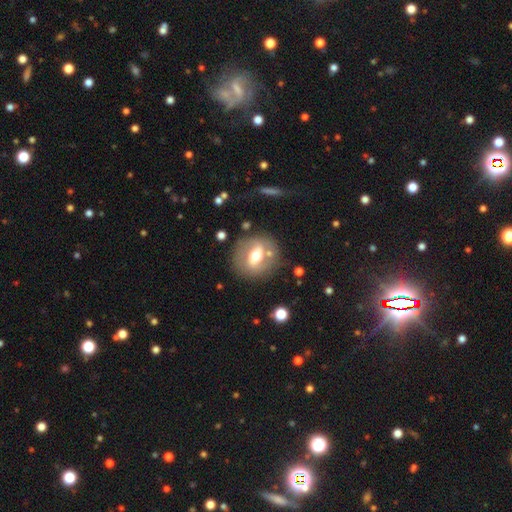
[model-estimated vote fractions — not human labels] Smooth or featured: featured or disk — 57% (smooth — 36%)
Edge-on disk: no — 87% (yes — 13%)
Merging: none — 74% (minor disturbance — 13%)